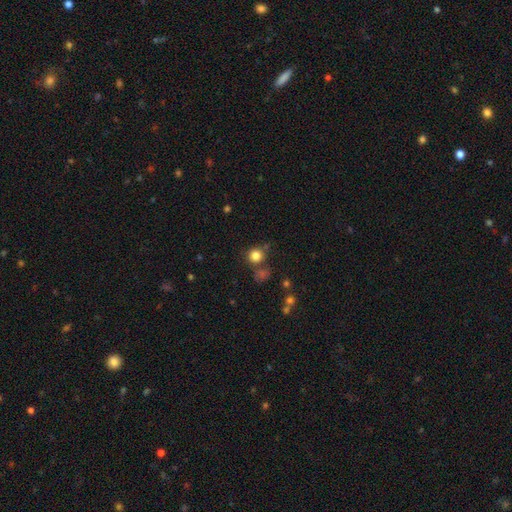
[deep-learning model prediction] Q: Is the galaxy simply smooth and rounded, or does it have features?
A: smooth — 80%.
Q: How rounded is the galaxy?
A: round — 90%.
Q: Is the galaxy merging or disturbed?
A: none — 73%.